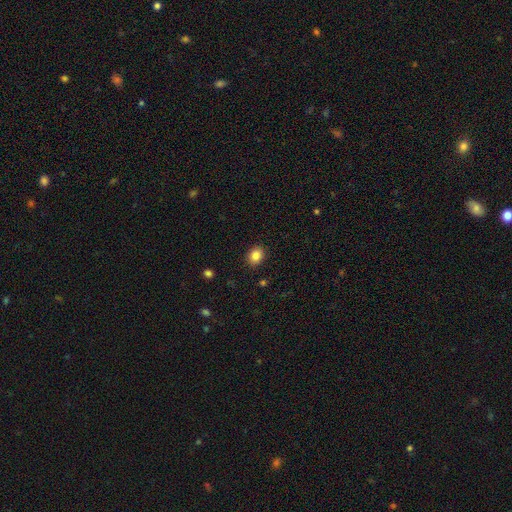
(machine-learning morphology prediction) Smooth or featured: smooth — 86% (star or artifact — 9%)
How rounded: in between — 55% (round — 44%)
Merging: none — 89% (minor disturbance — 8%)